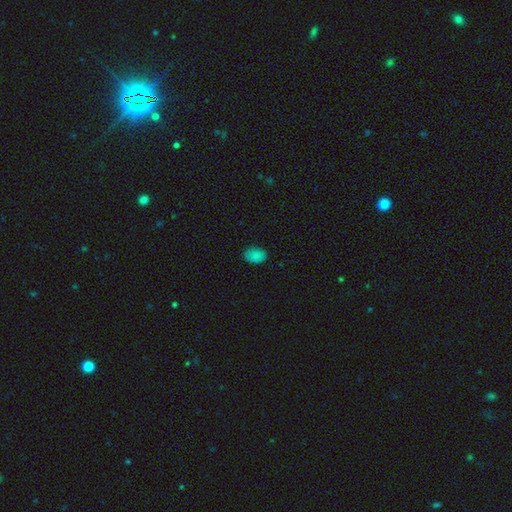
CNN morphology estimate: type=smooth (84%); roundness=in between (83%); merging=none (83%).